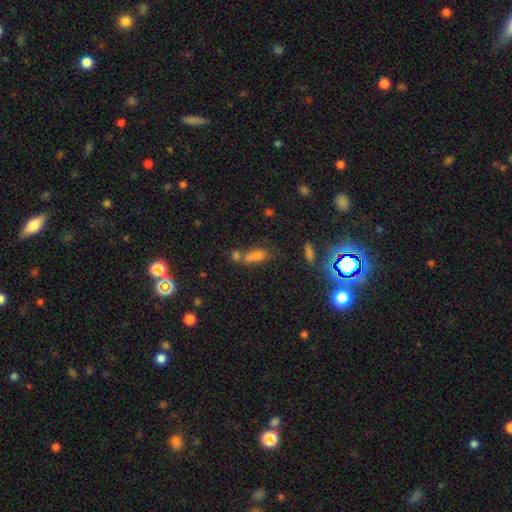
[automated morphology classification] A smooth galaxy with no disk features (66%) that is in between round and cigar-shaped (69%).

Vote fractions:
- Smooth or featured? smooth: 66% / star or artifact: 23% / featured or disk: 12%
- How rounded? in between: 69% / cigar-shaped: 23% / round: 8%
- Merging? merger: 42% / none: 38% / minor disturbance: 13% / major disturbance: 7%